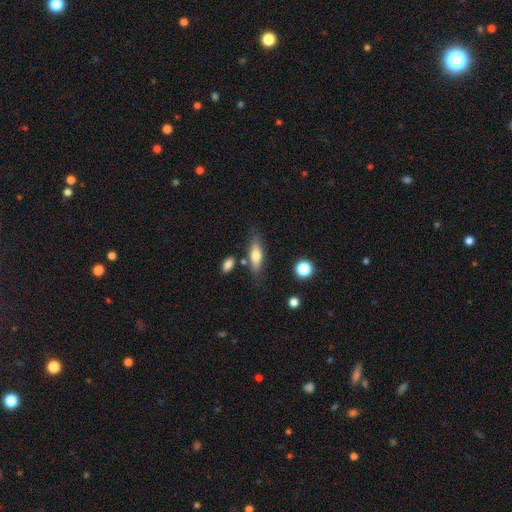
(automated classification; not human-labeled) A smooth galaxy with no disk features (64%) that is in between round and cigar-shaped (56%). Merging: none (72%).